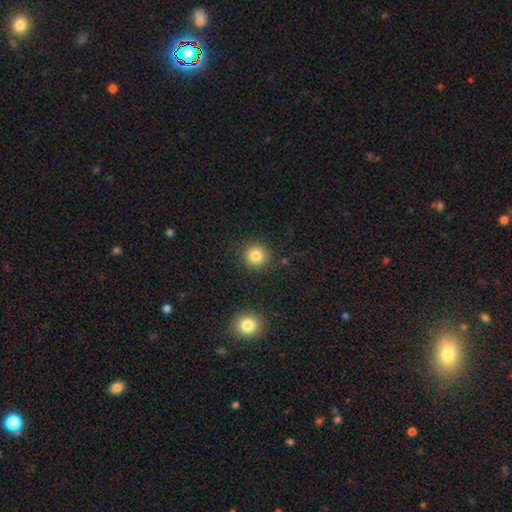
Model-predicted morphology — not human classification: Smooth or featured? Predicted: smooth (p=0.83). How rounded? Predicted: round (p=0.94). Merging? Predicted: none (p=0.89).